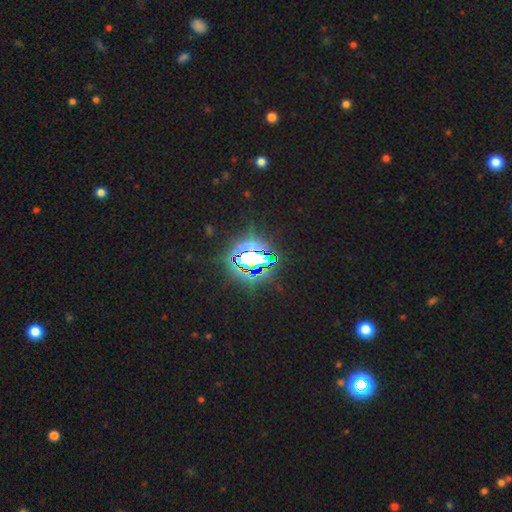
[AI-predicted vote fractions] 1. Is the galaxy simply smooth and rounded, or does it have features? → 78% star or artifact, 13% smooth, 9% featured or disk.